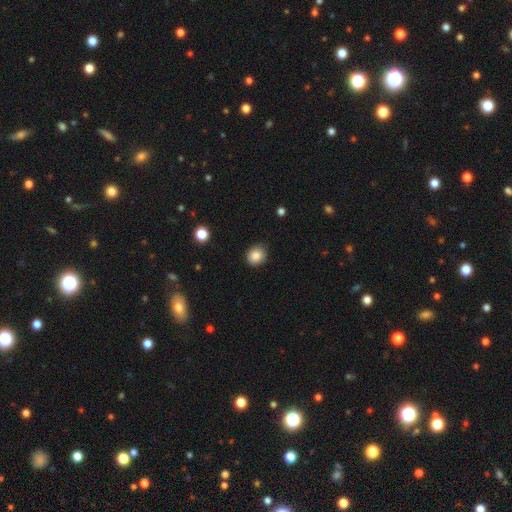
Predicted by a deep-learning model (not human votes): smooth_or_featured: smooth (p=0.85) [alt: star or artifact p=0.09]
how_rounded: round (p=0.71) [alt: in between p=0.28]
merging: none (p=0.81) [alt: minor disturbance p=0.15]